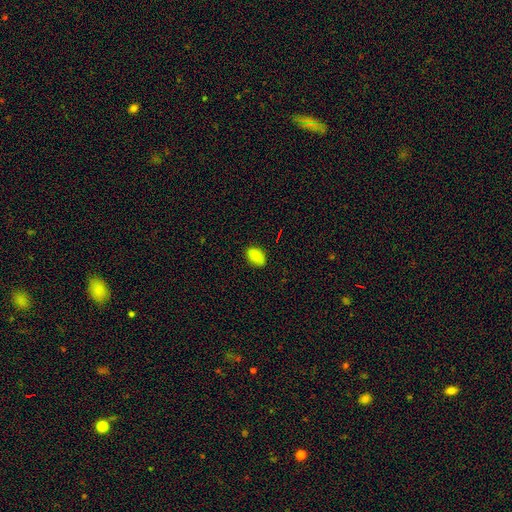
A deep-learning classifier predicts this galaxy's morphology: A smooth galaxy with no disk features (83%) that is in between round and cigar-shaped (88%).

Vote fractions:
- Smooth or featured? smooth: 83% / star or artifact: 8% / featured or disk: 8%
- How rounded? in between: 88% / round: 10% / cigar-shaped: 2%
- Merging? none: 86% / minor disturbance: 11% / major disturbance: 2% / merger: 1%